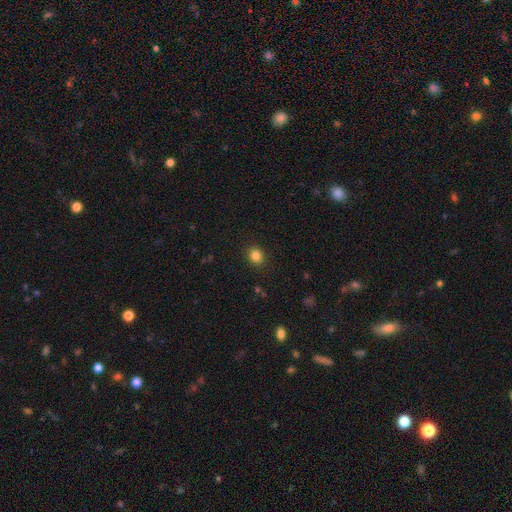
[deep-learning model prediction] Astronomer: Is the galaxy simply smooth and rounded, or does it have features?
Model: smooth — 83%.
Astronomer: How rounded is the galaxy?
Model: round — 66%.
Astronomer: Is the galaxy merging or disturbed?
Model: none — 89%.